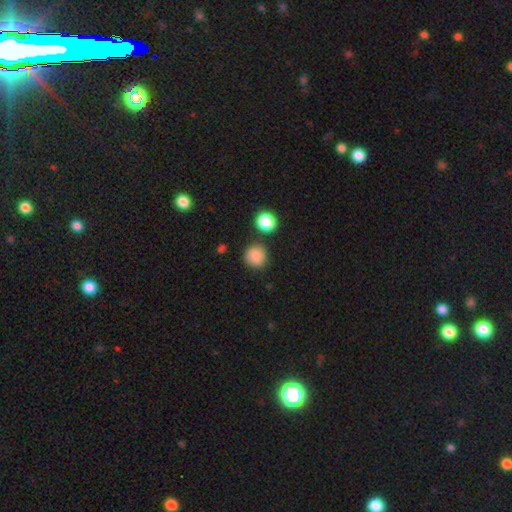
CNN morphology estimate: This appears to be a smooth galaxy with no disk features (85%) that is round (92%). Merging: none (82%).